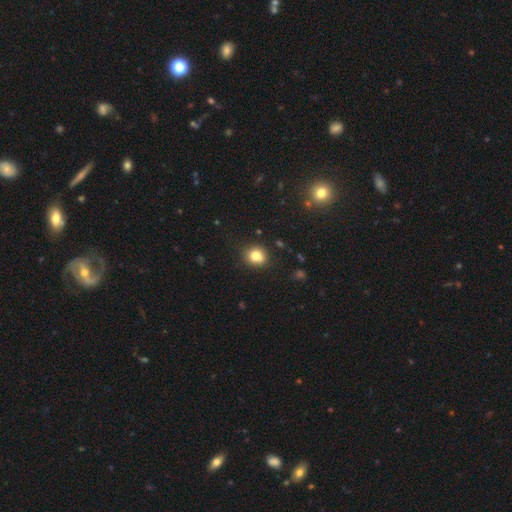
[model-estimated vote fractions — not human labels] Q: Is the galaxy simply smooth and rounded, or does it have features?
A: smooth — 80%.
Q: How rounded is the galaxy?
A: round — 78%.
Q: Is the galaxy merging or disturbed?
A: none — 85%.